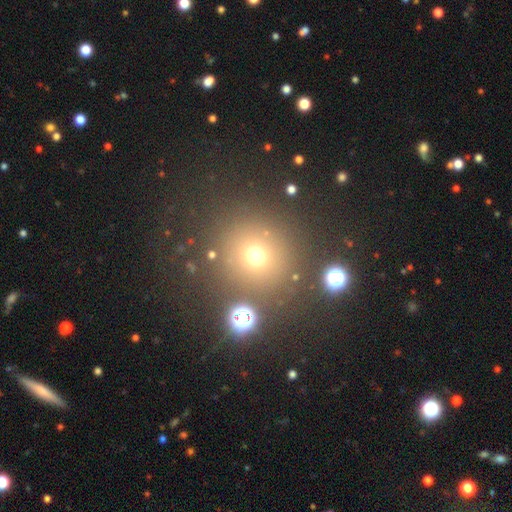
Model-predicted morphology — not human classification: smooth-or-featured: smooth: 65% | star or artifact: 25% | featured or disk: 9%
  how-rounded: round: 93% | in between: 6% | cigar-shaped: 1%
  merging: none: 82% | minor disturbance: 8% | merger: 5% | major disturbance: 5%